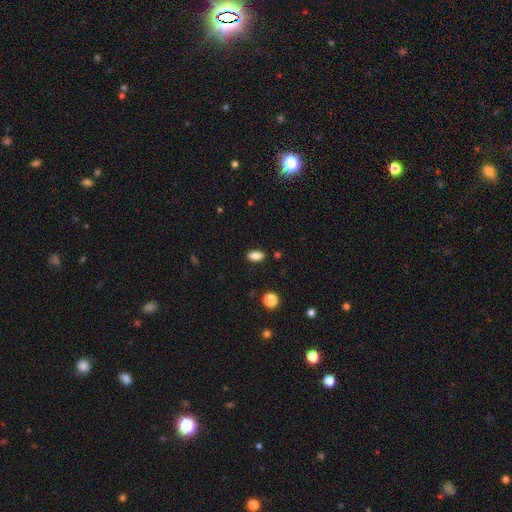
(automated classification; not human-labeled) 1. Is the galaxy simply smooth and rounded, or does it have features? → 86% smooth, 9% star or artifact, 5% featured or disk.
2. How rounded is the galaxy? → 89% in between, 5% round, 5% cigar-shaped.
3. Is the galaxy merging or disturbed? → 88% none, 9% minor disturbance, 2% major disturbance, 1% merger.